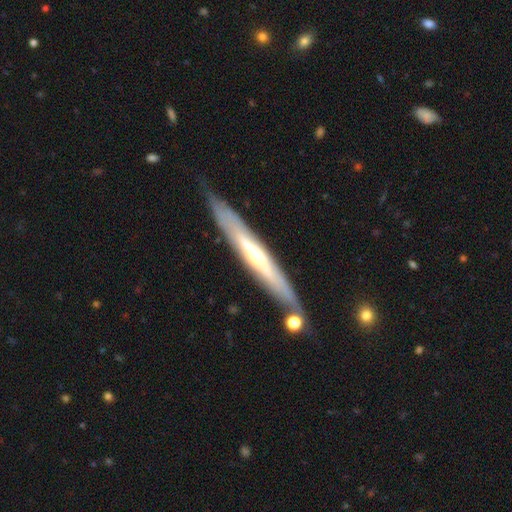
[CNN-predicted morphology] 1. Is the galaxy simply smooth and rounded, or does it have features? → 71% featured or disk, 23% smooth, 5% star or artifact.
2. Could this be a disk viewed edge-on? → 85% yes, 15% no.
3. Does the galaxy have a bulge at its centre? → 66% rounded, 30% none, 4% boxy.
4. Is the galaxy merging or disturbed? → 81% none, 13% minor disturbance, 4% merger, 3% major disturbance.